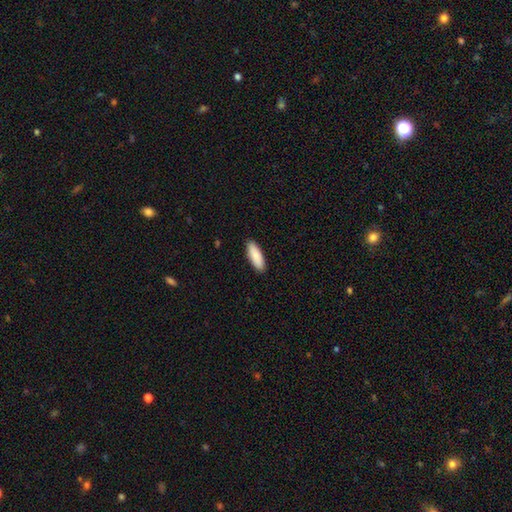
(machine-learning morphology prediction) A smooth galaxy with no disk features (88%) that is in between round and cigar-shaped (60%).

Vote fractions:
- Smooth or featured? smooth: 88% / featured or disk: 6% / star or artifact: 5%
- How rounded? in between: 60% / cigar-shaped: 38% / round: 2%
- Merging? none: 91% / minor disturbance: 7% / major disturbance: 1% / merger: 1%